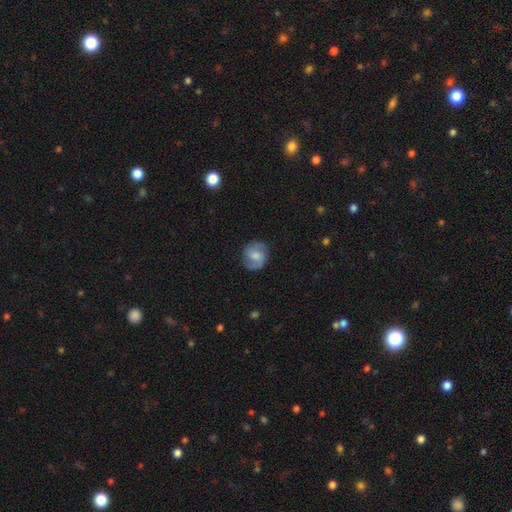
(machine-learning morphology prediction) smooth-or-featured: smooth: 52% | featured or disk: 41% | star or artifact: 8%
  how-rounded: round: 77% | in between: 22% | cigar-shaped: 1%
  merging: none: 79% | minor disturbance: 15% | major disturbance: 5% | merger: 1%